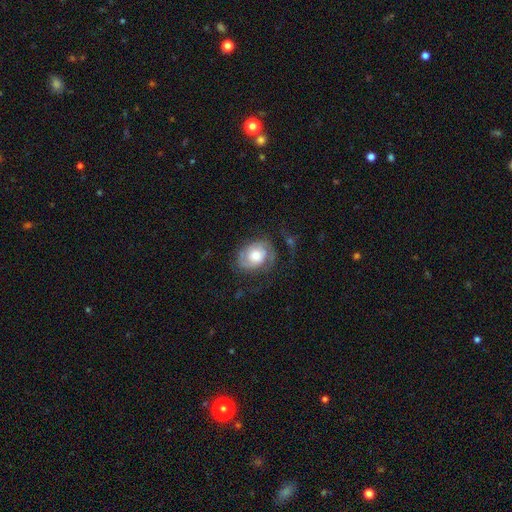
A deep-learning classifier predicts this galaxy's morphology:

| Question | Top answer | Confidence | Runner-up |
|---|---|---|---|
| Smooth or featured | featured or disk | 71% | smooth (23%) |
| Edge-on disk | no | 97% | yes (3%) |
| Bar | no | 75% | weak (21%) |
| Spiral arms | yes | 87% | no (13%) |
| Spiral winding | tight | 51% | medium (33%) |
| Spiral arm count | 2 | 58% | can't tell (20%) |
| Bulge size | moderate | 62% | small (18%) |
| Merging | none | 56% | major disturbance (21%) |